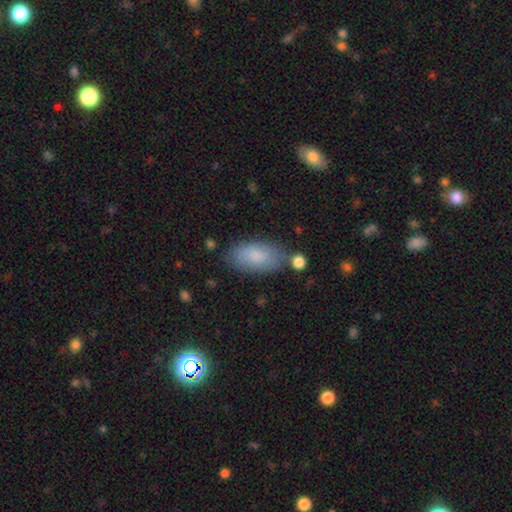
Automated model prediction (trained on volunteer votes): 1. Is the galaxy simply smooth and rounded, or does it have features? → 85% smooth, 9% featured or disk, 7% star or artifact.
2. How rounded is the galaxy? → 93% in between, 4% cigar-shaped, 3% round.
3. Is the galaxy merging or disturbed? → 75% none, 16% minor disturbance, 5% merger, 4% major disturbance.